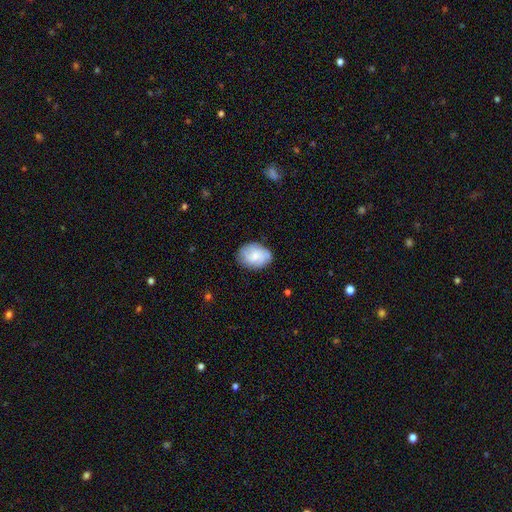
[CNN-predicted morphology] Q: Smooth or featured?
A: smooth (58%); runner-up: featured or disk (35%)
Q: How rounded?
A: in between (72%); runner-up: round (27%)
Q: Merging?
A: none (74%); runner-up: minor disturbance (19%)